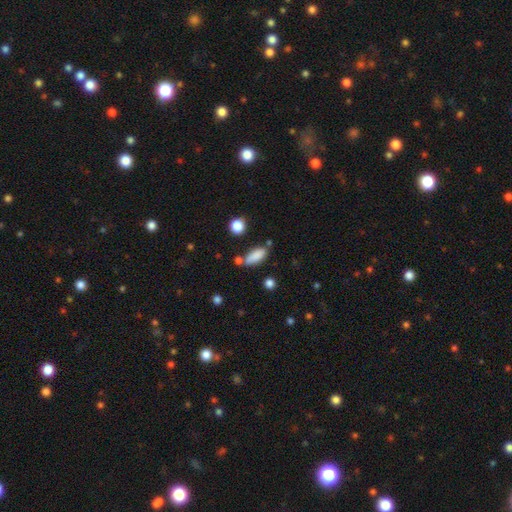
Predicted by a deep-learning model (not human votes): This appears to be a smooth galaxy with no disk features (85%) that is in between round and cigar-shaped (74%). Merging: none (67%).